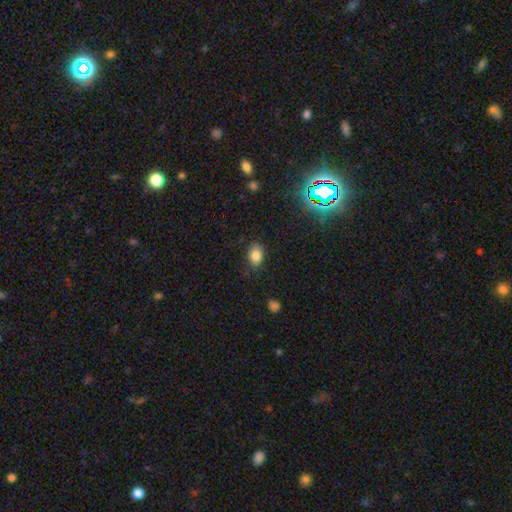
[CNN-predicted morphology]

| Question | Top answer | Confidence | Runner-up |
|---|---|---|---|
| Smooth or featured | smooth | 83% | star or artifact (10%) |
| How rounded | in between | 83% | round (16%) |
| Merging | none | 81% | minor disturbance (15%) |